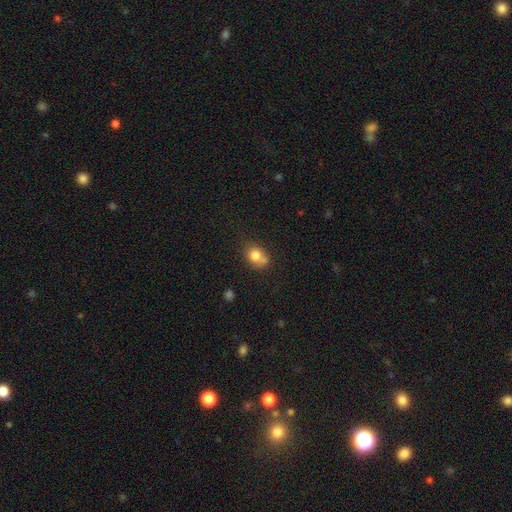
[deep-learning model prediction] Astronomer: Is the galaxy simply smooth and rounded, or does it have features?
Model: smooth — 78%.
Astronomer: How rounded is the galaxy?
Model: in between — 50% (runner-up: round, 49%).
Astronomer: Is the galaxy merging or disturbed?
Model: none — 48% (runner-up: merger, 24%).